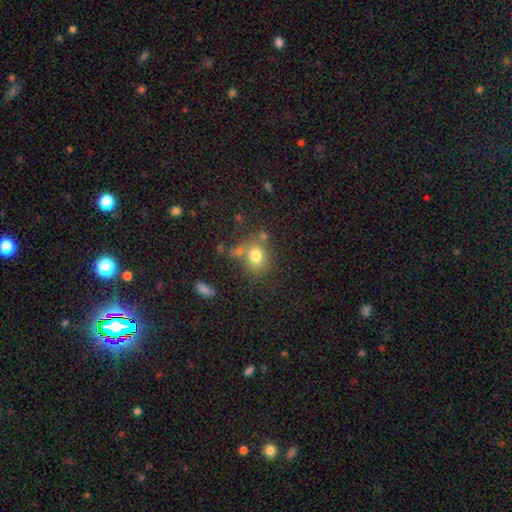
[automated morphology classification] Smooth or featured? Predicted: smooth (p=0.76). How rounded? Predicted: round (p=0.55). Merging? Predicted: none (p=0.60).